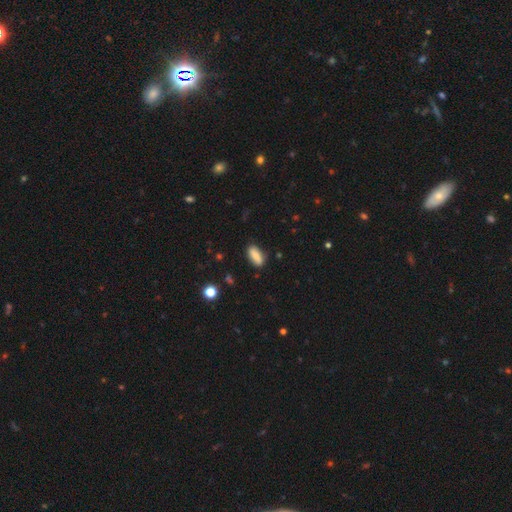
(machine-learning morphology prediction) Smooth or featured? Predicted: smooth (p=0.82). How rounded? Predicted: in between (p=0.78). Merging? Predicted: none (p=0.83).